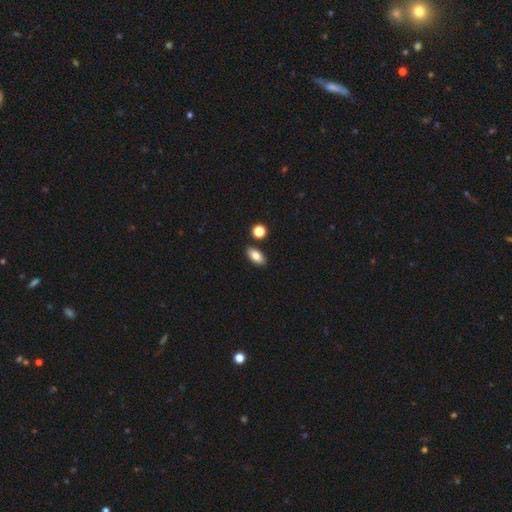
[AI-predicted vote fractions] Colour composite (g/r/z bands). It shows a smooth galaxy with no disk features (82%) that is in between round and cigar-shaped (89%). Merging: none (84%).